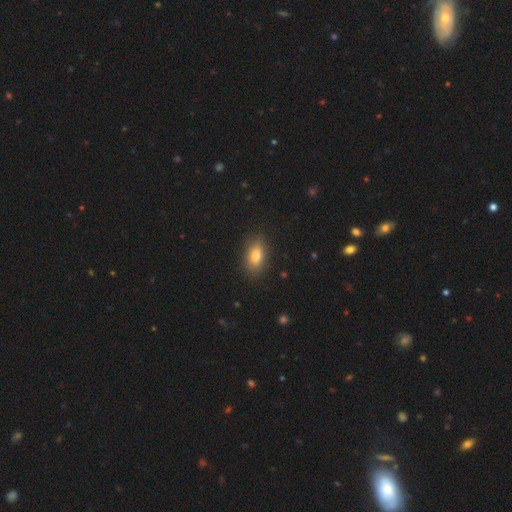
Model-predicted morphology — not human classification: A smooth galaxy with no disk features (81%) that is in between round and cigar-shaped (86%). Merging: none (85%).